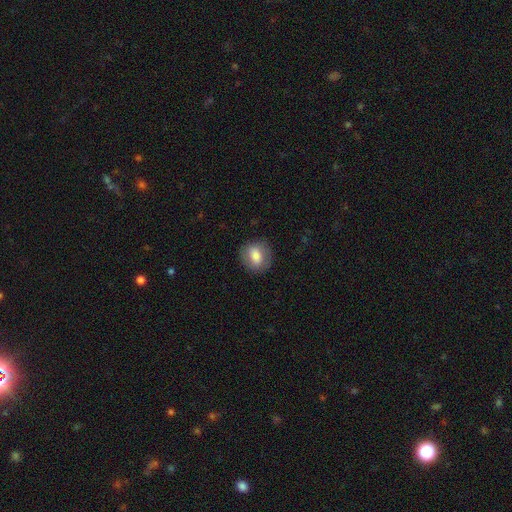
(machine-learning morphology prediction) smooth_or_featured: smooth (p=0.72) [alt: featured or disk p=0.20]
how_rounded: round (p=0.67) [alt: in between p=0.32]
merging: none (p=0.84) [alt: minor disturbance p=0.11]